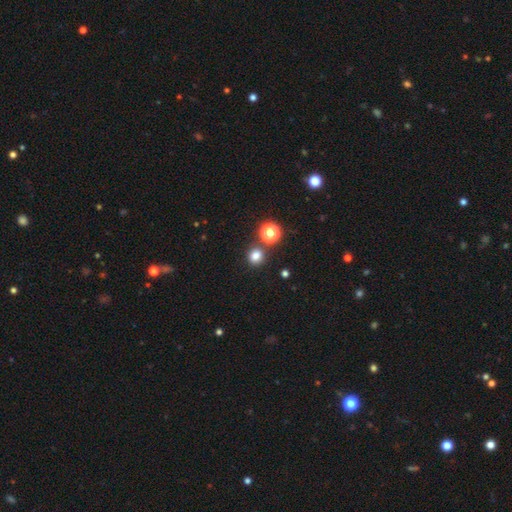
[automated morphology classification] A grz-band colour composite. It shows a smooth galaxy with no disk features (77%) that is round (84%). Merging: none (79%).